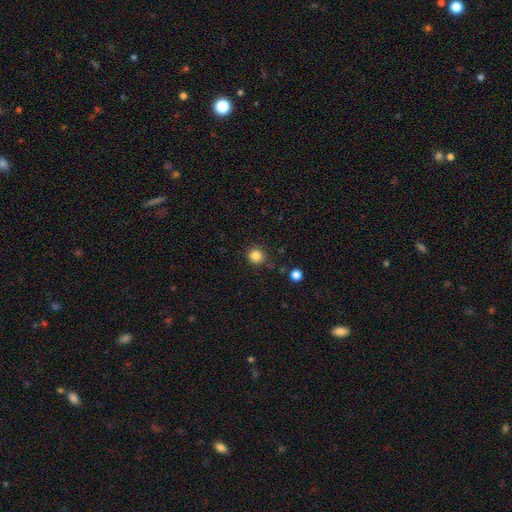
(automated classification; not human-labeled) A smooth galaxy with no disk features (84%) that is round (91%). Merging: none (83%).